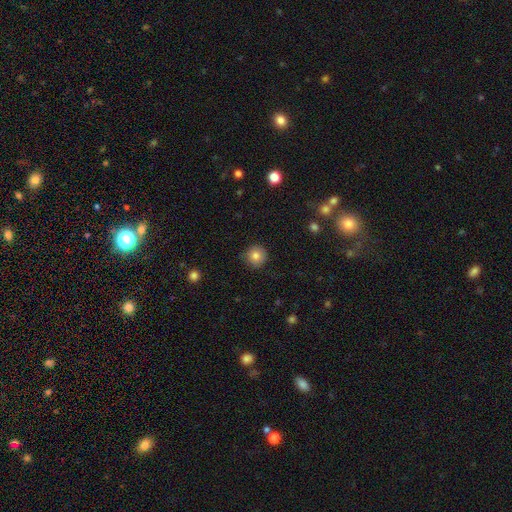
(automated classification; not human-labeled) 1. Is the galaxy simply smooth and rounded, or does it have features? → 81% smooth, 10% star or artifact, 8% featured or disk.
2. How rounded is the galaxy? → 94% round, 6% in between, 1% cigar-shaped.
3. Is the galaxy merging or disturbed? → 86% none, 10% minor disturbance, 2% major disturbance, 1% merger.